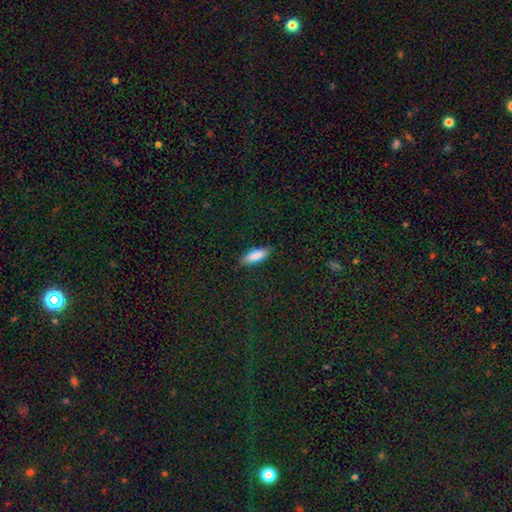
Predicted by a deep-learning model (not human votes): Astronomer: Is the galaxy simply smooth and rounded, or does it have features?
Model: smooth — 85%.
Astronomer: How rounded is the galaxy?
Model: in between — 60% (runner-up: cigar-shaped, 38%).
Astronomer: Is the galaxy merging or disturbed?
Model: none — 85%.